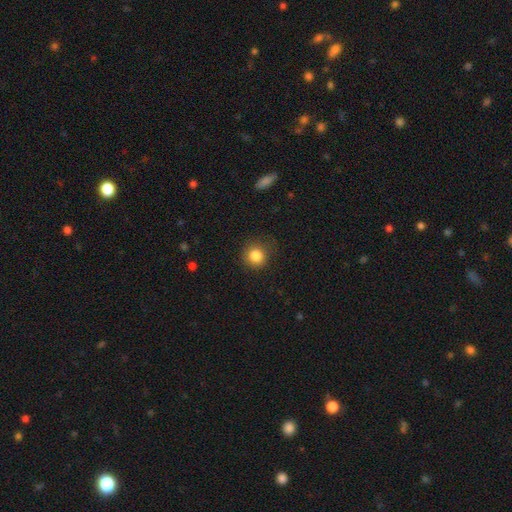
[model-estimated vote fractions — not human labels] smooth_or_featured: smooth (p=0.84) [alt: star or artifact p=0.10]
how_rounded: round (p=0.90) [alt: in between p=0.09]
merging: none (p=0.82) [alt: minor disturbance p=0.13]